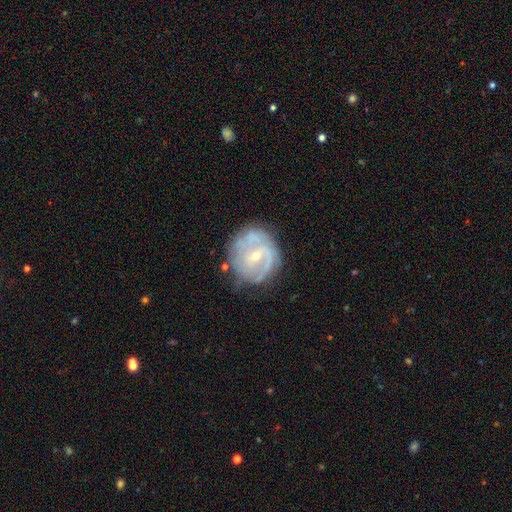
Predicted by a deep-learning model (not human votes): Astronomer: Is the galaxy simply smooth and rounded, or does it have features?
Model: featured or disk — 79%.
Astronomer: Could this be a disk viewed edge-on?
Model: no — 97%.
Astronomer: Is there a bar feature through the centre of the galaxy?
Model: weak — 47% (runner-up: no, 35%).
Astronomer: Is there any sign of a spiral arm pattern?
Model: yes — 86%.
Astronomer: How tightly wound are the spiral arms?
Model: tight — 47% (runner-up: medium, 38%).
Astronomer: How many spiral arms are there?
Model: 2 — 46% (runner-up: can't tell, 28%).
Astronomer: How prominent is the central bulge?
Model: small — 65%.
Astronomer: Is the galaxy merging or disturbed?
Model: none — 65%.